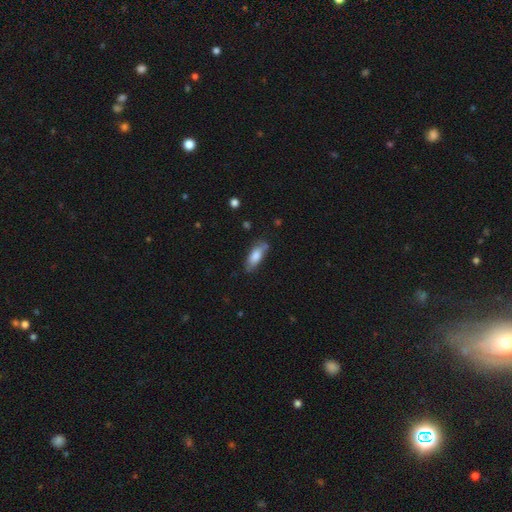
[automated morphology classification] smooth 76%, featured or disk 18%, star or artifact 6%. Down the decision tree: how rounded — in between (69%); merging — none (69%).